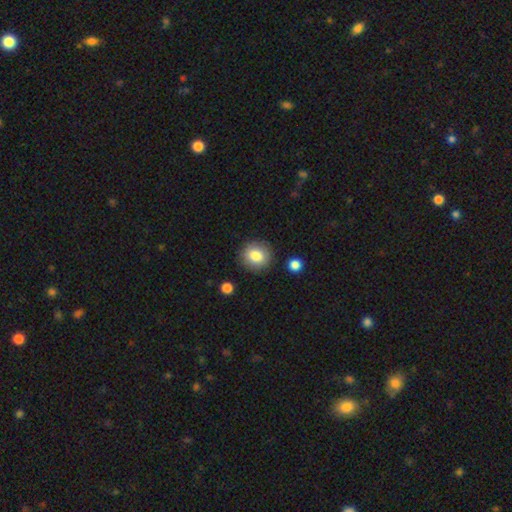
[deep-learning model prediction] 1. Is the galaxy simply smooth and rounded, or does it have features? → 82% smooth, 9% star or artifact, 9% featured or disk.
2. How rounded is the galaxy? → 87% round, 12% in between, 1% cigar-shaped.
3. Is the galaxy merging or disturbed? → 88% none, 8% minor disturbance, 2% major disturbance, 2% merger.